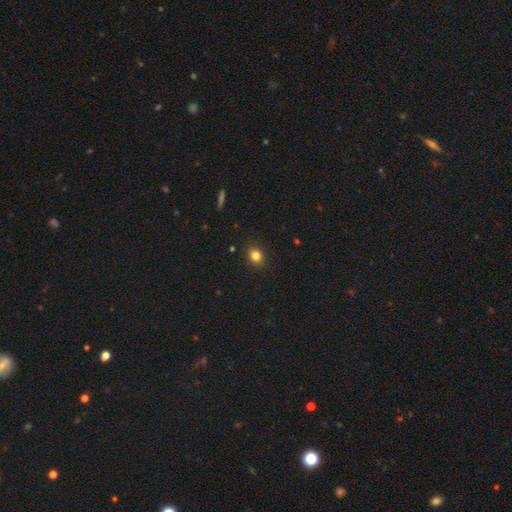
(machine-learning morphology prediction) Smooth or featured?
  - smooth: 82% *
  - star or artifact: 13%
  - featured or disk: 5%
How rounded?
  - round: 76% *
  - in between: 23%
  - cigar-shaped: 1%
Merging?
  - none: 90% *
  - minor disturbance: 7%
  - major disturbance: 2%
  - merger: 1%